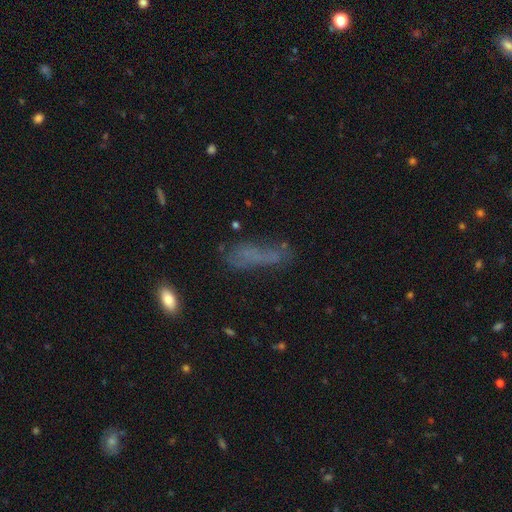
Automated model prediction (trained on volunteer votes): Smooth or featured?
  - smooth: 50% *
  - featured or disk: 31%
  - star or artifact: 19%
Merging?
  - none: 50% *
  - minor disturbance: 24%
  - major disturbance: 20%
  - merger: 6%